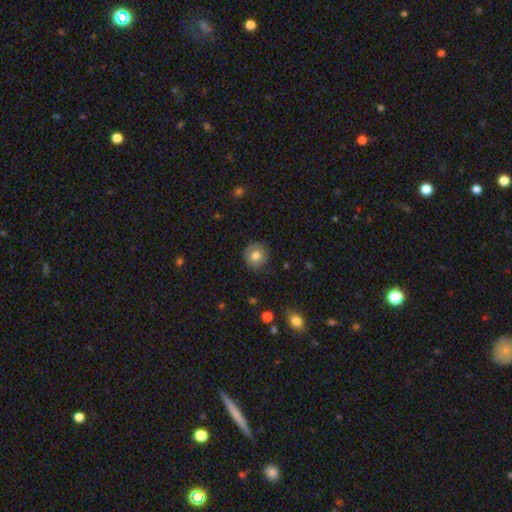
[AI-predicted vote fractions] Overall: smooth (77%). How rounded: round (90%). Merging: none (85%).